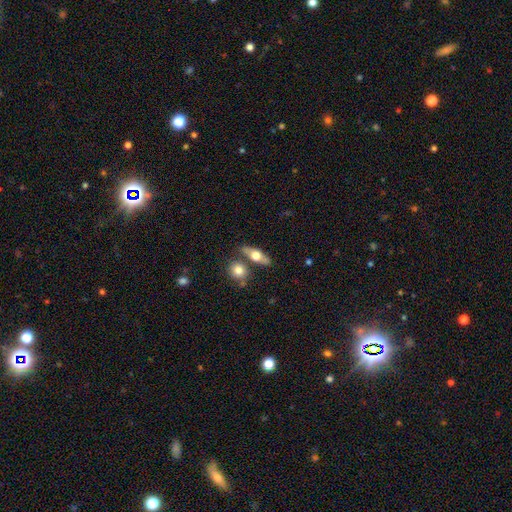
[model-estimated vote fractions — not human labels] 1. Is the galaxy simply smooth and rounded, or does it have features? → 51% smooth, 42% featured or disk, 6% star or artifact.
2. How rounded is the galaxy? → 58% in between, 32% cigar-shaped, 11% round.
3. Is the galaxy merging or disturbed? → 69% none, 16% merger, 11% minor disturbance, 4% major disturbance.